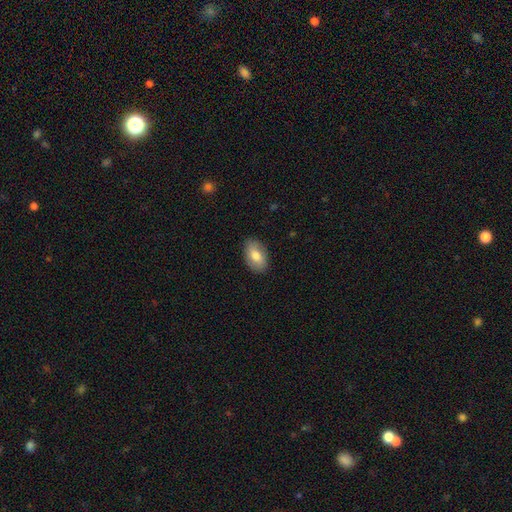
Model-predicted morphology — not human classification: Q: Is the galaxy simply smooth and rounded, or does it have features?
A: smooth — 76%.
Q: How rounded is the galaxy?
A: in between — 92%.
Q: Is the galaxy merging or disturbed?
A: none — 86%.